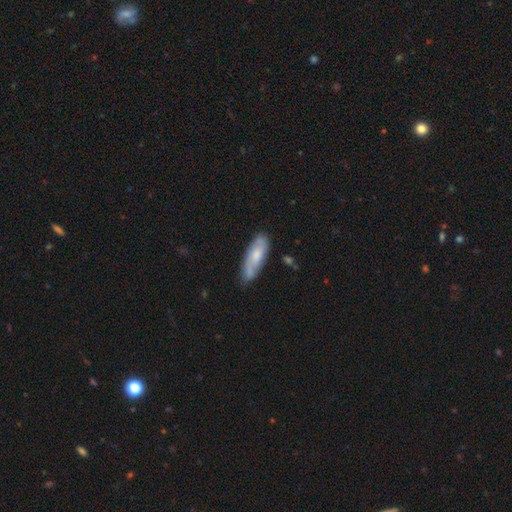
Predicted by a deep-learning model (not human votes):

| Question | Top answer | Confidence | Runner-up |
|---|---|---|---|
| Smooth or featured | smooth | 57% | featured or disk (37%) |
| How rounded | in between | 59% | cigar-shaped (39%) |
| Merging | none | 69% | minor disturbance (23%) |